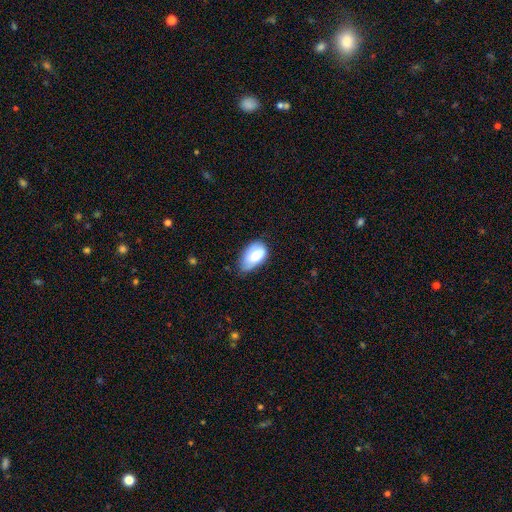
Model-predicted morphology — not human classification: smooth-or-featured: smooth: 74% | featured or disk: 18% | star or artifact: 7%
  how-rounded: in between: 92% | round: 6% | cigar-shaped: 2%
  merging: minor disturbance: 48% | none: 37% | major disturbance: 13% | merger: 2%